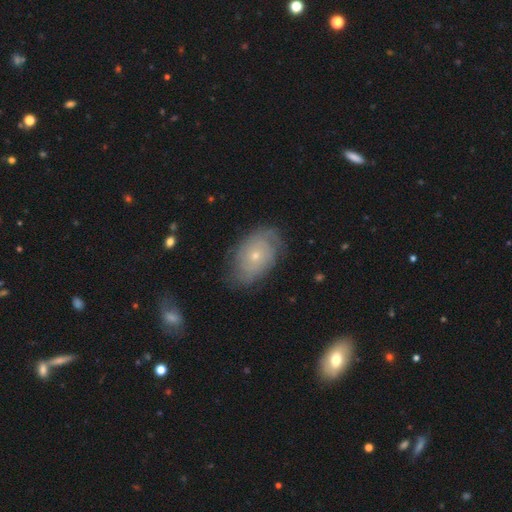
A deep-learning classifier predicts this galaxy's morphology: Q: Smooth or featured?
A: featured or disk (64%); runner-up: smooth (28%)
Q: Edge-on disk?
A: no (95%); runner-up: yes (5%)
Q: Bar?
A: no (86%); runner-up: weak (12%)
Q: Spiral arms?
A: yes (82%); runner-up: no (18%)
Q: Spiral winding?
A: tight (67%); runner-up: medium (23%)
Q: Spiral arm count?
A: can't tell (53%); runner-up: 2 (23%)
Q: Bulge size?
A: small (76%); runner-up: moderate (20%)
Q: Merging?
A: none (72%); runner-up: minor disturbance (20%)